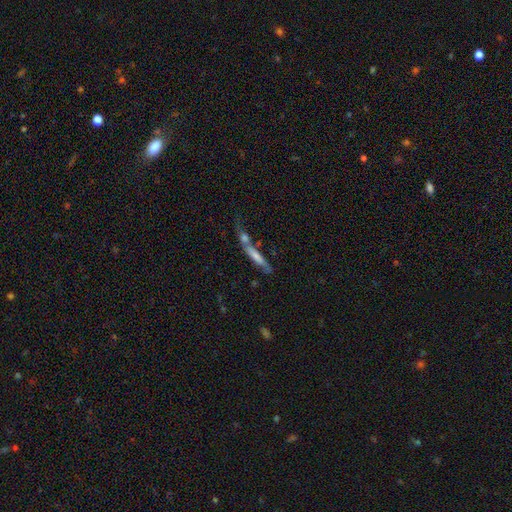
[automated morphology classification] Overall: smooth (57%; featured or disk 35%). How rounded: cigar-shaped (87%). Merging: merger (42%; none 36%).